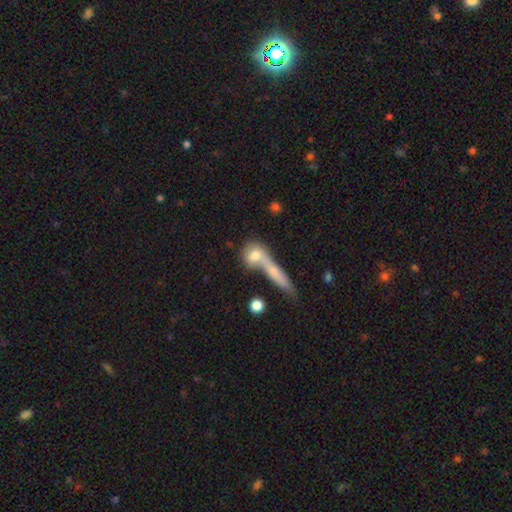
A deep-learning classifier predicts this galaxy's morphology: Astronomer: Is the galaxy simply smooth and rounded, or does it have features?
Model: smooth — 70%.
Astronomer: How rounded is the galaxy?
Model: round — 53%.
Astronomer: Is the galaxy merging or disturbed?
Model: merger — 48% (runner-up: none, 36%).